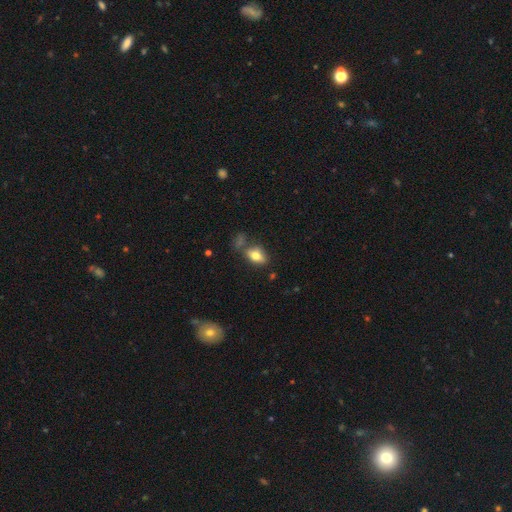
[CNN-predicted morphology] Smooth or featured? Predicted: smooth (p=0.77). How rounded? Predicted: in between (p=0.87). Merging? Predicted: none (p=0.64).